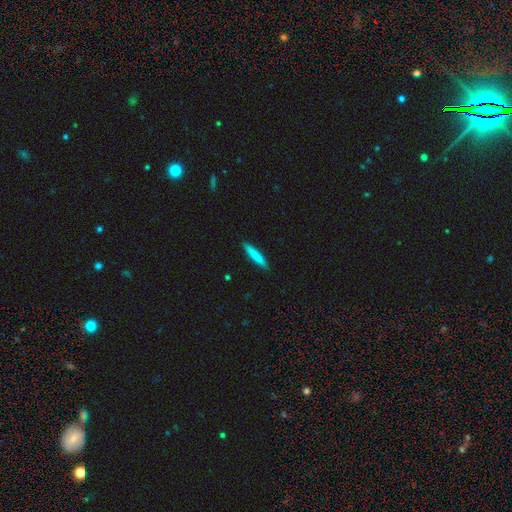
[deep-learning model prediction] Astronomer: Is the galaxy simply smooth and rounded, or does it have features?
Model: smooth — 77%.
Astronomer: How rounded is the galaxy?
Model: cigar-shaped — 94%.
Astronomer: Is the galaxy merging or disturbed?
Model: none — 90%.